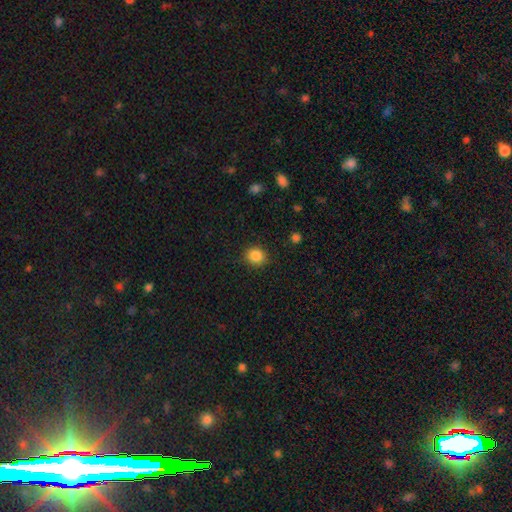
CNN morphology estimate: Smooth or featured?
  - smooth: 86% *
  - star or artifact: 10%
  - featured or disk: 4%
How rounded?
  - round: 78% *
  - in between: 21%
  - cigar-shaped: 1%
Merging?
  - none: 88% *
  - minor disturbance: 8%
  - major disturbance: 3%
  - merger: 1%